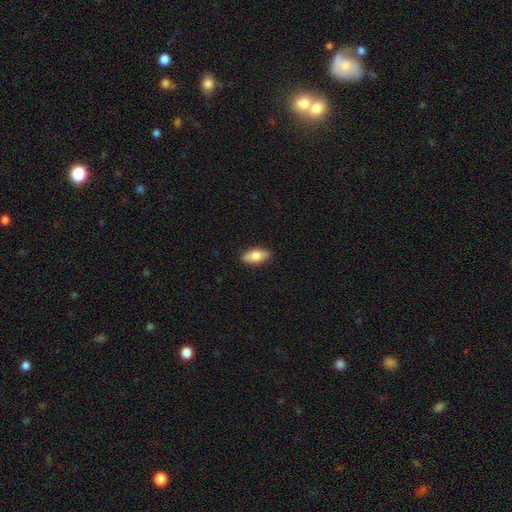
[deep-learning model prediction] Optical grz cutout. It shows a smooth galaxy with no disk features (74%) that is in between round and cigar-shaped (85%). Merging: none (88%).